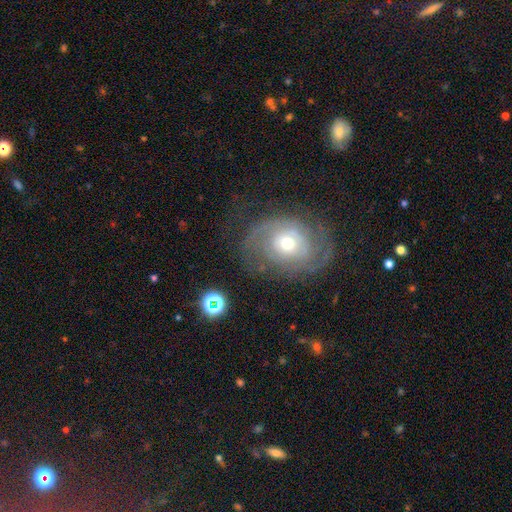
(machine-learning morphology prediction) Smooth or featured? featured or disk (79%)
Edge-on disk? no (97%)
Bar? no (73%)
Spiral arms? yes (93%)
Spiral winding? tight (55%)
Spiral arm count? 2 (60%)
Bulge size? moderate (56%)
Merging? none (72%)